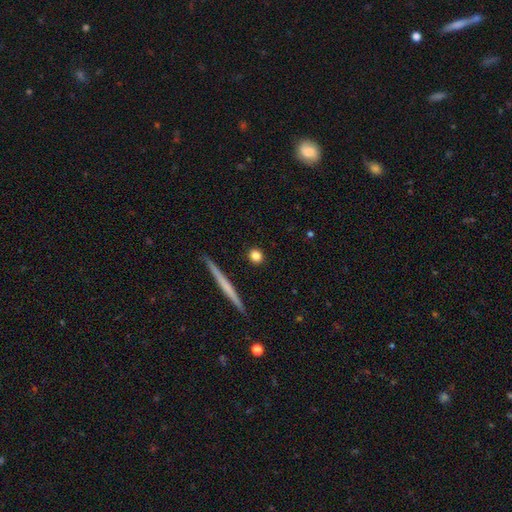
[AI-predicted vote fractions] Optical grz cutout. It shows a smooth galaxy with no disk features (80%) that is round (84%). Merging: none (90%).